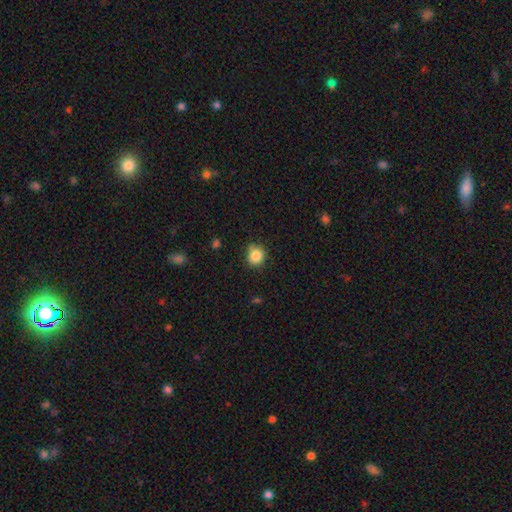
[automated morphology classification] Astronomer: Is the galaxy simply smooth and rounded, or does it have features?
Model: smooth — 84%.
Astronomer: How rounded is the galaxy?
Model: round — 86%.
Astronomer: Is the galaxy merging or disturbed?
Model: none — 74%.